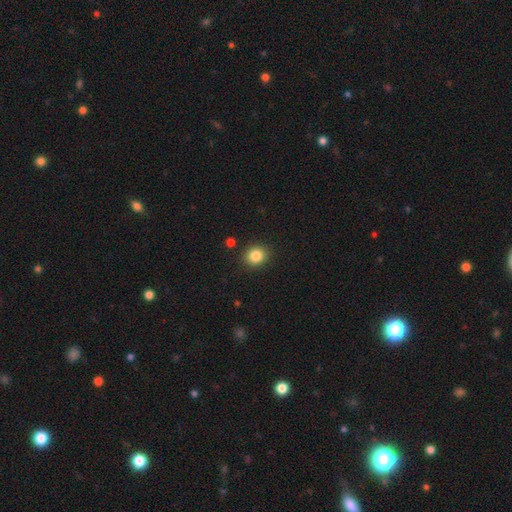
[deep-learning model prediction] This is clearly a smooth galaxy (85%). How rounded: likely round (79%). Merging: clearly none (89%).